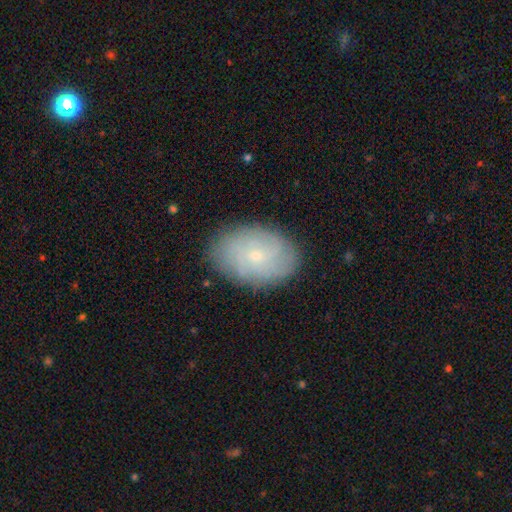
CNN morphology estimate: Overall: featured or disk (52%; smooth 39%). Edge-on disk: no (95%). Merging: none (84%).